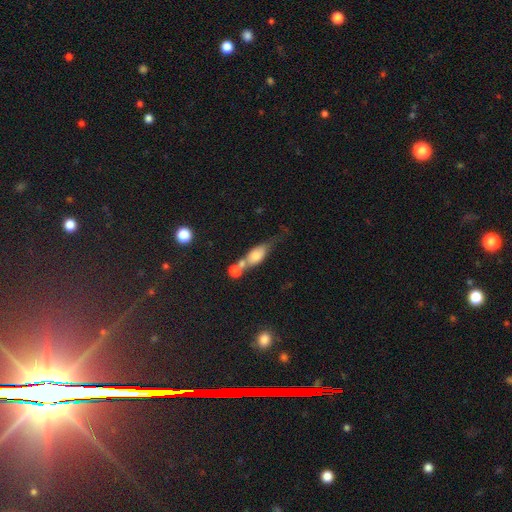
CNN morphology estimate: Smooth or featured: smooth — 63% (featured or disk — 28%)
How rounded: in between — 64% (cigar-shaped — 27%)
Merging: merger — 42% (none — 30%)